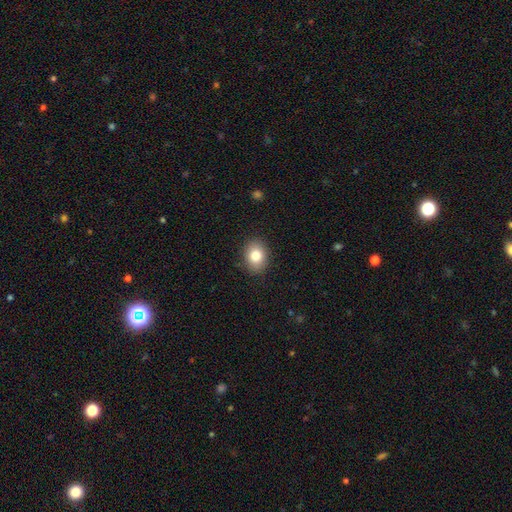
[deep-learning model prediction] A smooth galaxy with no disk features (82%) that is in between round and cigar-shaped (62%).

Vote fractions:
- Smooth or featured? smooth: 82% / featured or disk: 9% / star or artifact: 9%
- How rounded? in between: 62% / round: 37% / cigar-shaped: 1%
- Merging? none: 88% / minor disturbance: 8% / major disturbance: 2% / merger: 1%